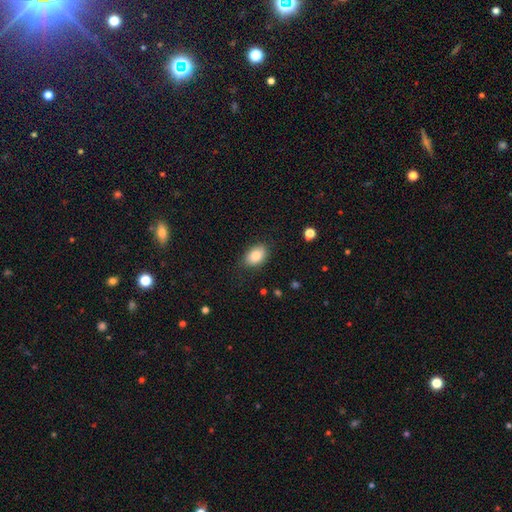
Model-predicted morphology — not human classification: smooth_or_featured: smooth (p=0.83) [alt: featured or disk p=0.09]
how_rounded: in between (p=0.85) [alt: round p=0.14]
merging: none (p=0.83) [alt: minor disturbance p=0.13]